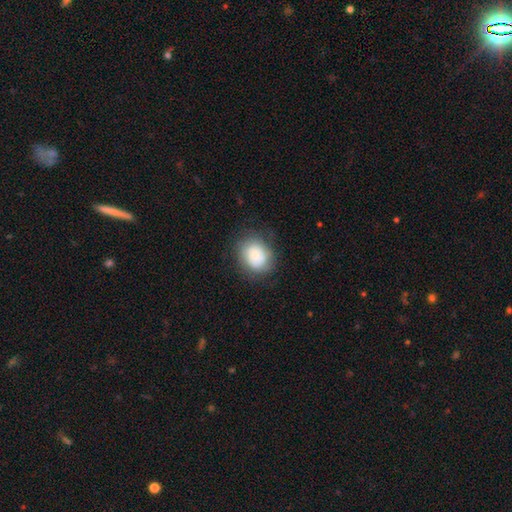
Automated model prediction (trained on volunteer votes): Morphology: type=smooth (74%); roundness=round (62%); merging=none (74%).